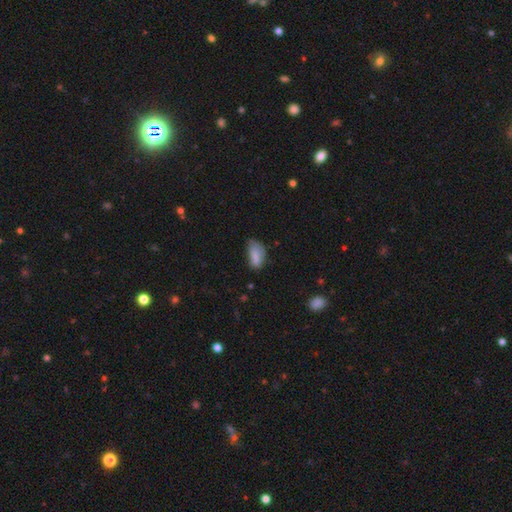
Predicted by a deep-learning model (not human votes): A smooth galaxy with no disk features (81%) that is in between round and cigar-shaped (90%).

Vote fractions:
- Smooth or featured? smooth: 81% / featured or disk: 10% / star or artifact: 9%
- How rounded? in between: 90% / cigar-shaped: 6% / round: 4%
- Merging? none: 44% / minor disturbance: 40% / major disturbance: 14% / merger: 2%